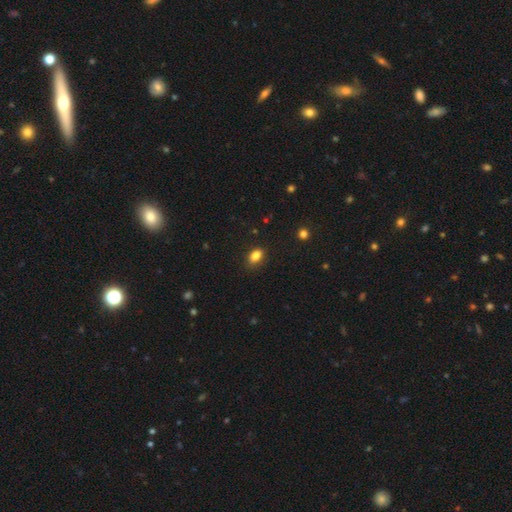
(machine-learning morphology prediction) Smooth or featured?
  - smooth: 84% *
  - star or artifact: 10%
  - featured or disk: 6%
How rounded?
  - in between: 81% *
  - round: 17%
  - cigar-shaped: 2%
Merging?
  - none: 84% *
  - minor disturbance: 12%
  - major disturbance: 2%
  - merger: 1%